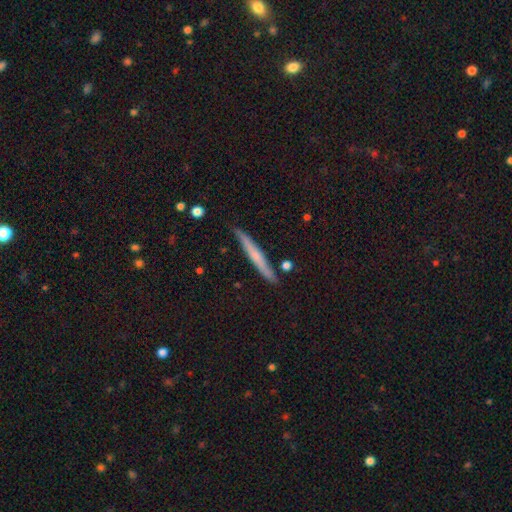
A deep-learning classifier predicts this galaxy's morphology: smooth_or_featured: smooth (p=0.49) [alt: featured or disk p=0.45]
merging: none (p=0.86) [alt: minor disturbance p=0.10]